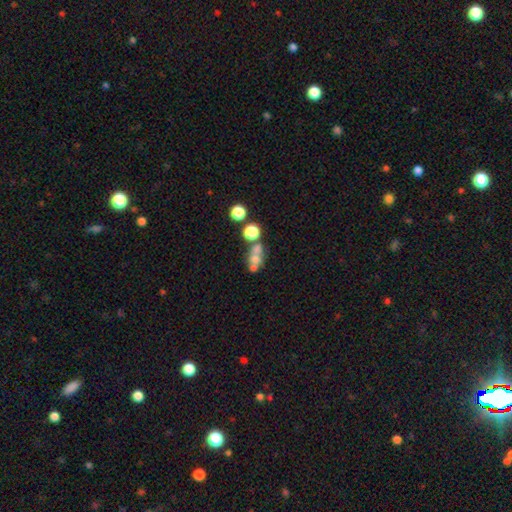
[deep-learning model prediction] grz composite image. It shows a smooth galaxy with no disk features (56%) that is round (55%). Merging: merger (49%).